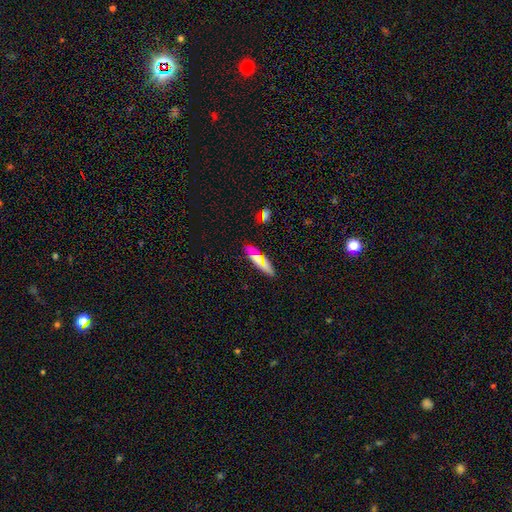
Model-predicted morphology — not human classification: A smooth galaxy with no disk features (53%) that is cigar-shaped (66%). Merging: none (80%).